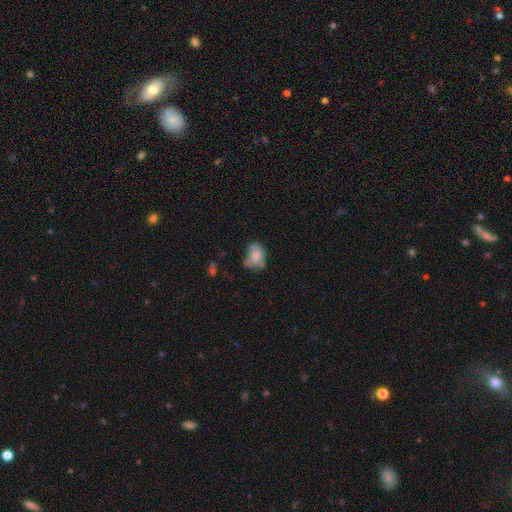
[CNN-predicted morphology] type=smooth (70%); roundness=in between (67%); merging=none (41%).